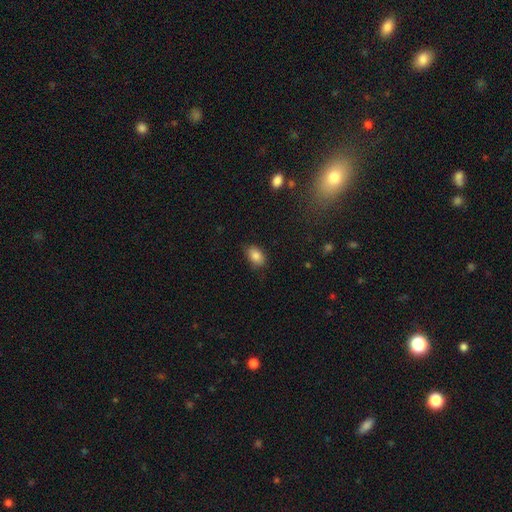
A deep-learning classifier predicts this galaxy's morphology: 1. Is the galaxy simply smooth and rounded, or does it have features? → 85% smooth, 9% star or artifact, 6% featured or disk.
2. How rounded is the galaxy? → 85% in between, 14% round, 1% cigar-shaped.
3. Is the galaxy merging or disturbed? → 80% none, 16% minor disturbance, 3% major disturbance, 1% merger.